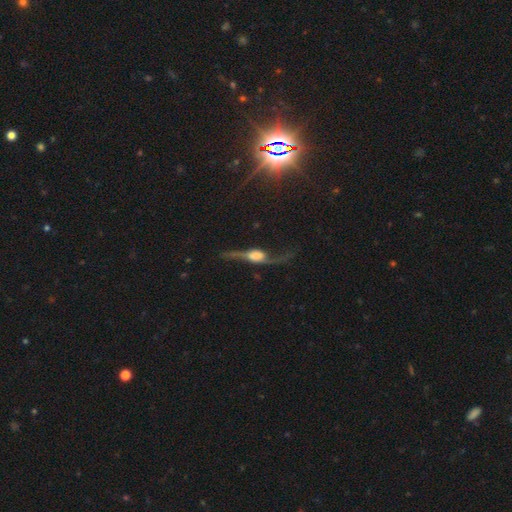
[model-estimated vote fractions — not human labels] Smooth or featured? featured or disk (80%)
Edge-on disk? no (51%)
Merging? none (57%)